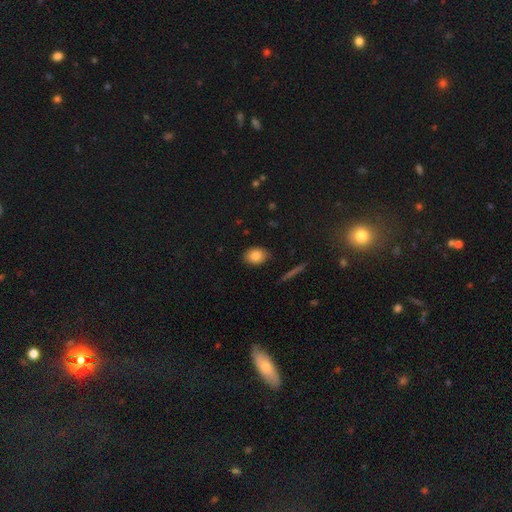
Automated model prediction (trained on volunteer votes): Overall: smooth (82%). How rounded: in between (67%; round 31%). Merging: none (86%).